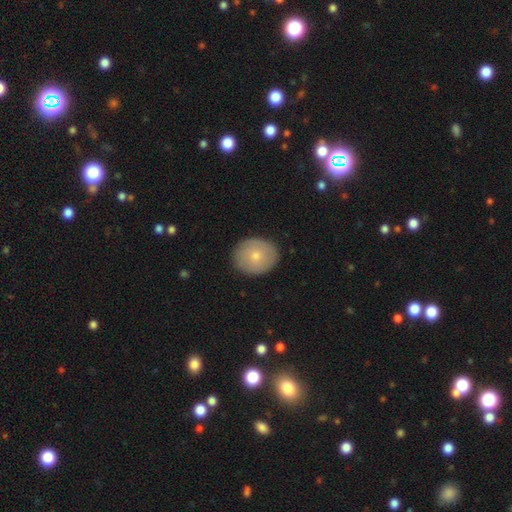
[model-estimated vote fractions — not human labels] smooth-or-featured: smooth: 68% | featured or disk: 25% | star or artifact: 7%
  how-rounded: round: 69% | in between: 30% | cigar-shaped: 1%
  merging: none: 87% | minor disturbance: 9% | major disturbance: 2% | merger: 1%